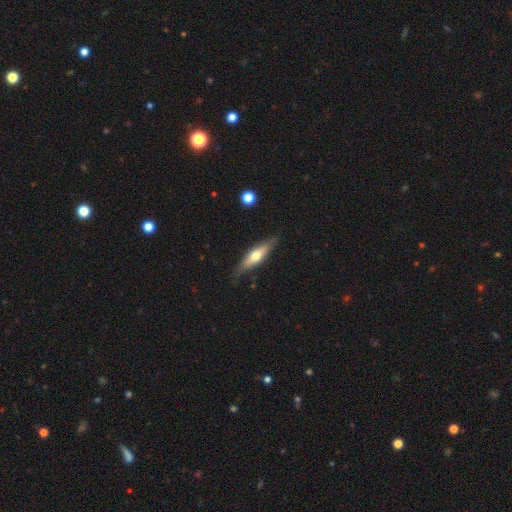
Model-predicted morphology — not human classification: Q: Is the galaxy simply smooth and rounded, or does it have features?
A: featured or disk — 52%.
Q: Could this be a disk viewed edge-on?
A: yes — 88%.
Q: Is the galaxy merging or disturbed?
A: none — 82%.